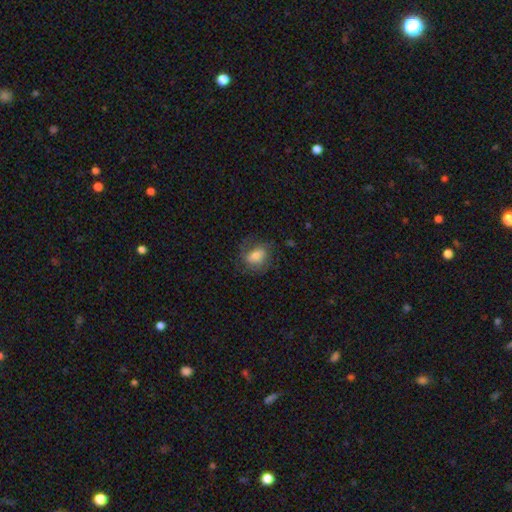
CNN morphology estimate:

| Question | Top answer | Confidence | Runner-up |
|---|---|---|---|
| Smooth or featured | smooth | 62% | featured or disk (28%) |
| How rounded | in between | 62% | round (36%) |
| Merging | none | 62% | minor disturbance (22%) |